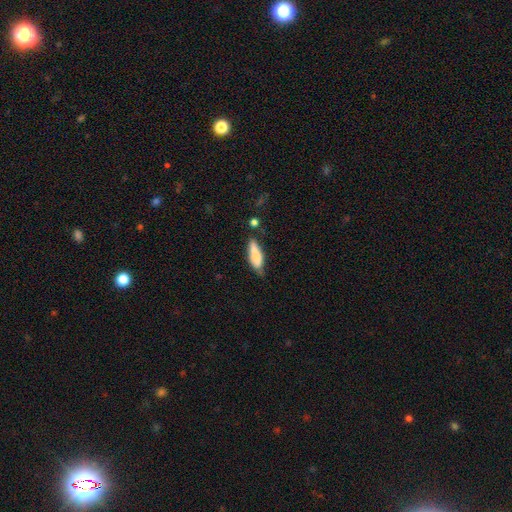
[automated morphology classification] This appears to be a smooth galaxy with no disk features (74%) that is in between round and cigar-shaped (51%). Merging: none (52%).